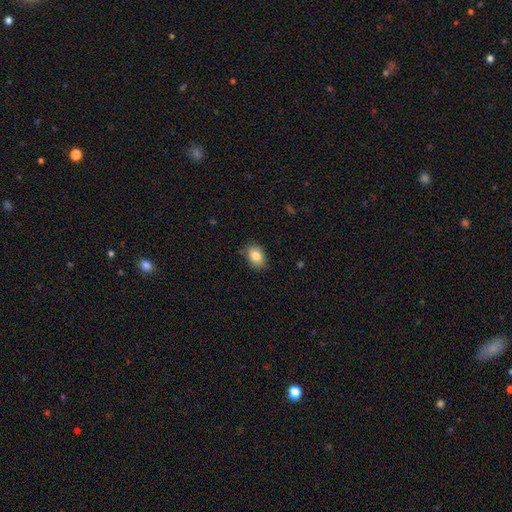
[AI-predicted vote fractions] Morphology: type=smooth (84%); roundness=in between (78%); merging=none (80%).